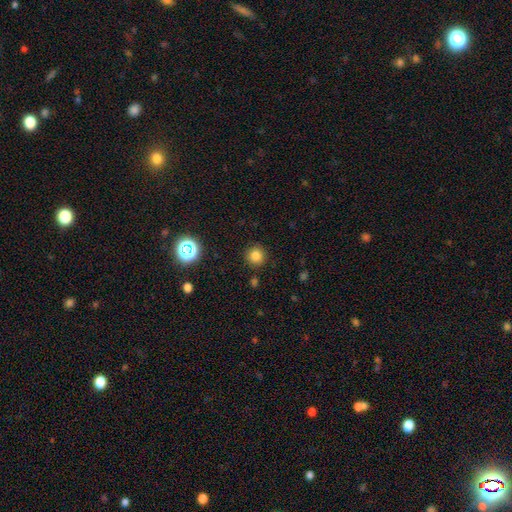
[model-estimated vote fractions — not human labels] Smooth or featured?
  - smooth: 80% *
  - star or artifact: 15%
  - featured or disk: 5%
How rounded?
  - round: 94% *
  - in between: 5%
  - cigar-shaped: 1%
Merging?
  - none: 89% *
  - minor disturbance: 6%
  - major disturbance: 2%
  - merger: 2%